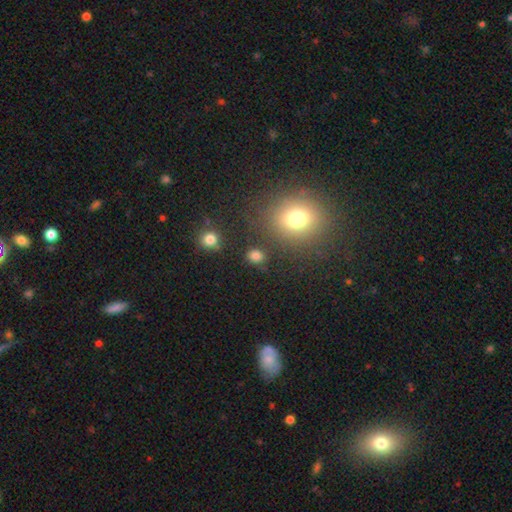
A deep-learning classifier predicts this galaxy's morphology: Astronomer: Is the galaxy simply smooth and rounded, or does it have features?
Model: smooth — 80%.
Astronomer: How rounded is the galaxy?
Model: round — 67%.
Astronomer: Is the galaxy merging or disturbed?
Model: none — 83%.